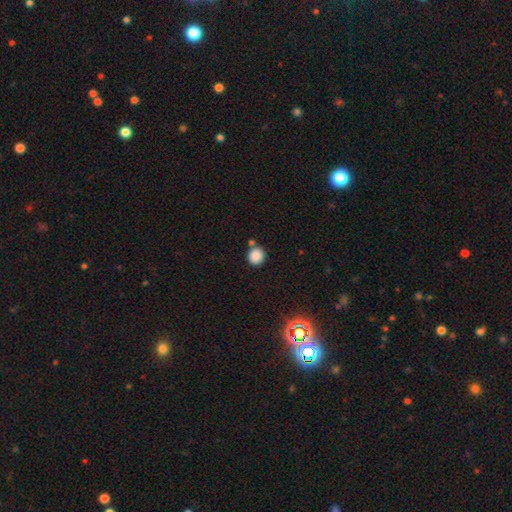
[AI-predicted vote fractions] smooth-or-featured: smooth: 86% | star or artifact: 11% | featured or disk: 4%
  how-rounded: round: 88% | in between: 12% | cigar-shaped: 1%
  merging: none: 76% | merger: 12% | minor disturbance: 9% | major disturbance: 3%